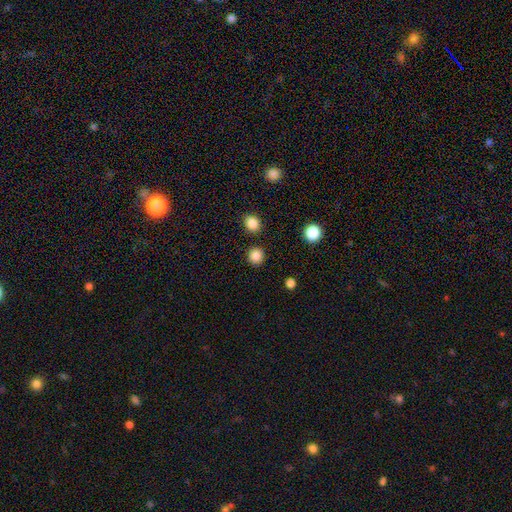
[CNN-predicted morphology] Overall: smooth (86%). How rounded: round (92%). Merging: none (89%).